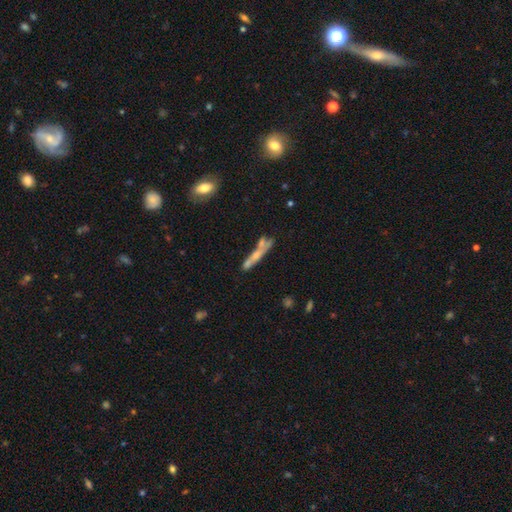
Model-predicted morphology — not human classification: This appears to be a featured or disk galaxy (47%). Merging: none (48%).